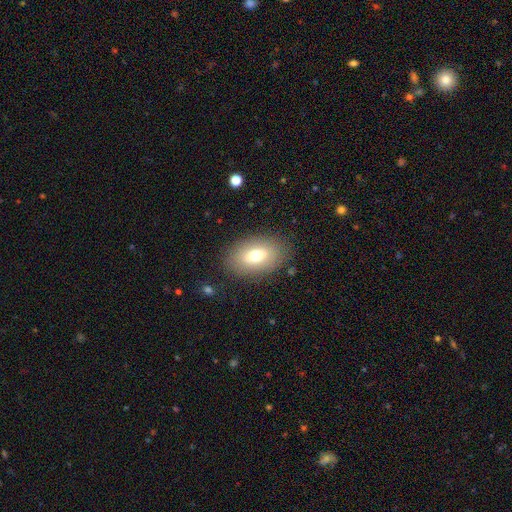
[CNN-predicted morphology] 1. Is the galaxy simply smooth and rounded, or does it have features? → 70% smooth, 21% featured or disk, 9% star or artifact.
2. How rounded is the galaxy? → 88% in between, 10% round, 2% cigar-shaped.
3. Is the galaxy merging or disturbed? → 84% none, 11% minor disturbance, 4% major disturbance, 1% merger.